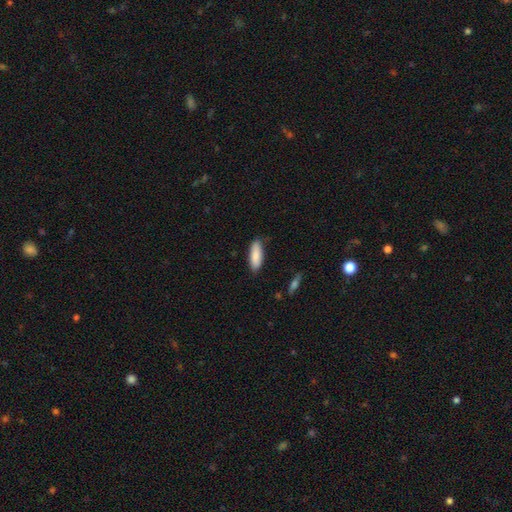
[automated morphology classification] type=smooth (88%); roundness=in between (61%); merging=none (83%).